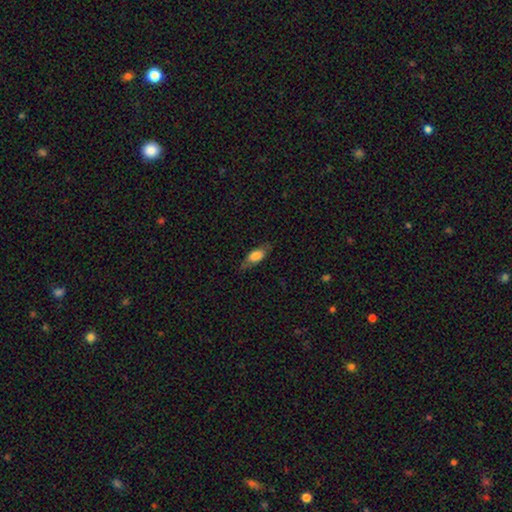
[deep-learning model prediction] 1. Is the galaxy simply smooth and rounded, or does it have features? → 70% smooth, 22% featured or disk, 7% star or artifact.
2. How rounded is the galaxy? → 77% in between, 19% cigar-shaped, 4% round.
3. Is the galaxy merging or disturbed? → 71% none, 21% minor disturbance, 7% major disturbance, 1% merger.